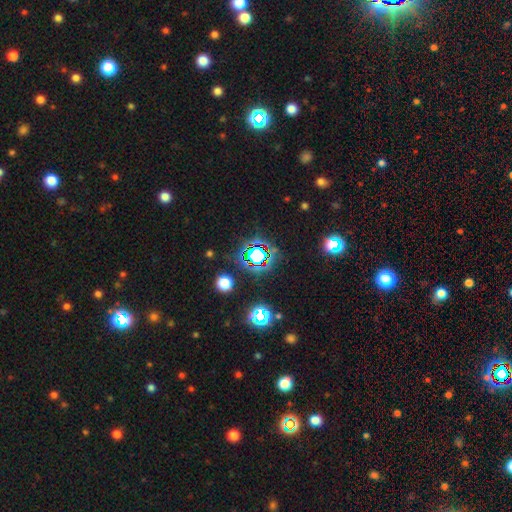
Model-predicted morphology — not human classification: This appears to be a star or artifact, not a galaxy (71%).